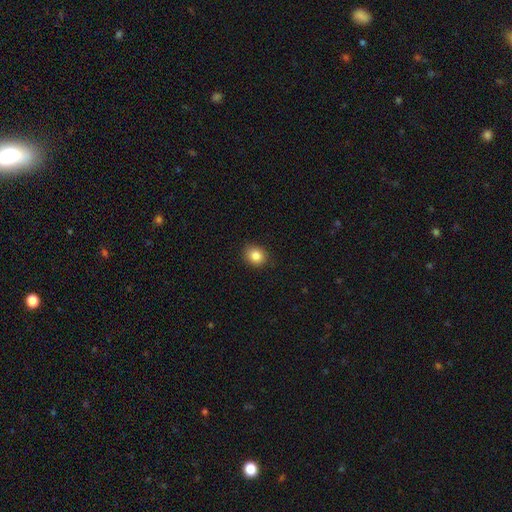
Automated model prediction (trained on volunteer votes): Overall: smooth (85%). How rounded: round (67%; in between 32%). Merging: none (86%).